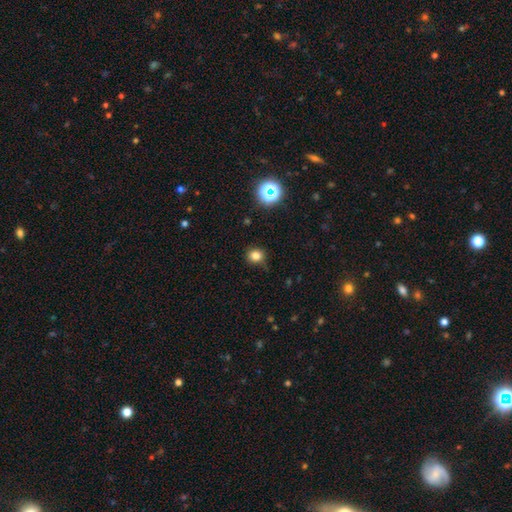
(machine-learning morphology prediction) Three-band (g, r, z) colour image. It shows a smooth galaxy with no disk features (79%) that is round (81%). Merging: none (80%).